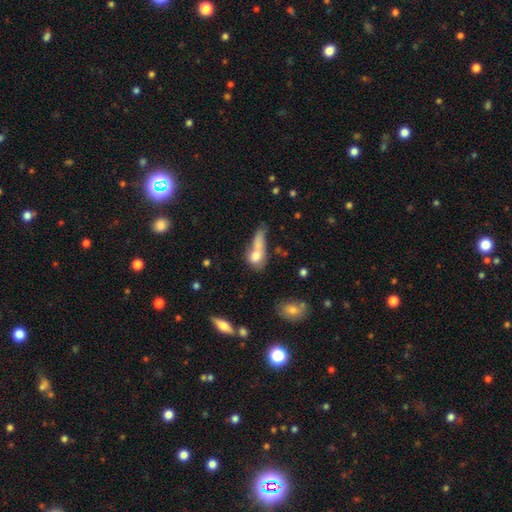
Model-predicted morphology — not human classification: This is likely a smooth galaxy (62%). How rounded: possibly in between (48%). Merging: marginally merger (44%).